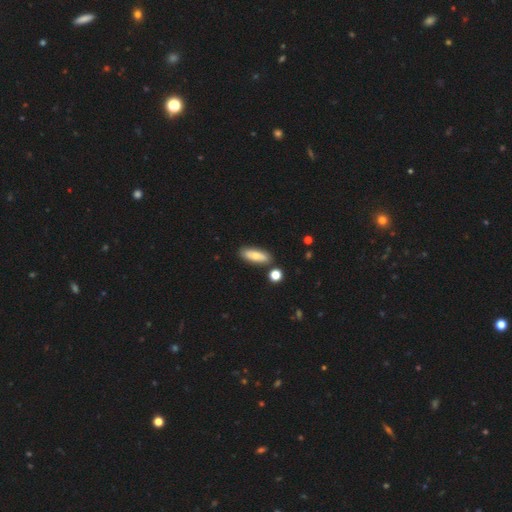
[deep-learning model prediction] Smooth or featured? Predicted: smooth (p=0.67). How rounded? Predicted: in between (p=0.66). Merging? Predicted: none (p=0.80).